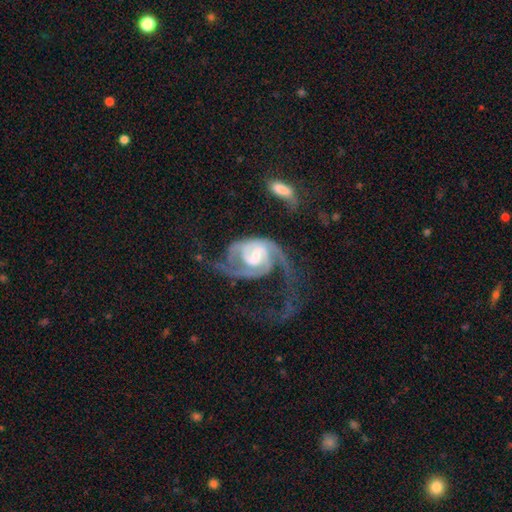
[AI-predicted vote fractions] Smooth or featured: featured or disk — 91% (smooth — 5%)
Edge-on disk: no — 98% (yes — 2%)
Bar: weak — 54% (no — 26%)
Spiral arms: yes — 97% (no — 3%)
Spiral winding: medium — 46% (tight — 36%)
Spiral arm count: 2 — 66% (3 — 12%)
Bulge size: moderate — 46% (small — 38%)
Merging: major disturbance — 42% (none — 34%)